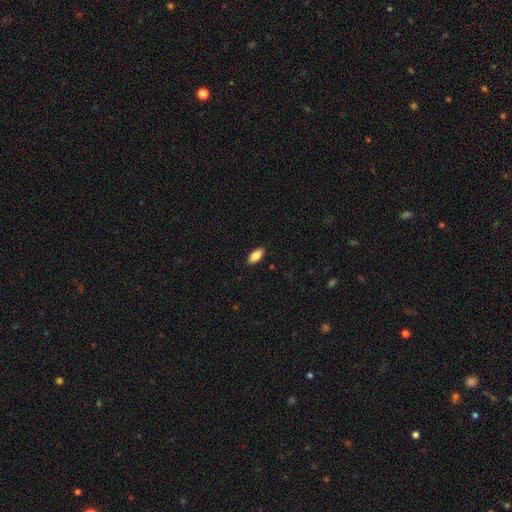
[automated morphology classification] smooth_or_featured: smooth (p=0.83) [alt: featured or disk p=0.09]
how_rounded: in between (p=0.90) [alt: cigar-shaped p=0.07]
merging: none (p=0.89) [alt: minor disturbance p=0.08]